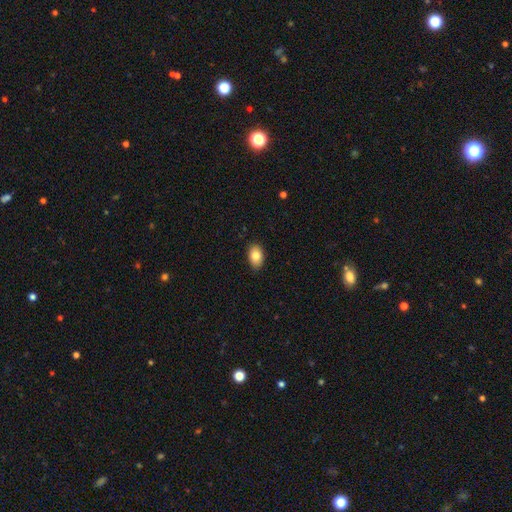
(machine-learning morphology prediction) This appears to be a smooth galaxy with no disk features (82%) that is in between round and cigar-shaped (87%). Merging: none (87%).